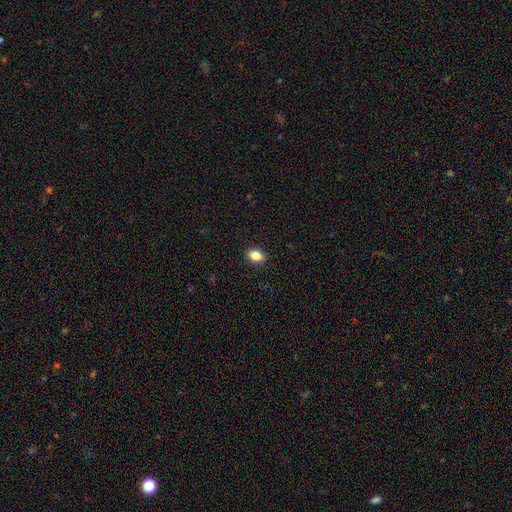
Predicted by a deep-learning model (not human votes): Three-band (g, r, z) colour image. It shows a smooth galaxy with no disk features (84%) that is in between round and cigar-shaped (71%). Merging: none (90%).